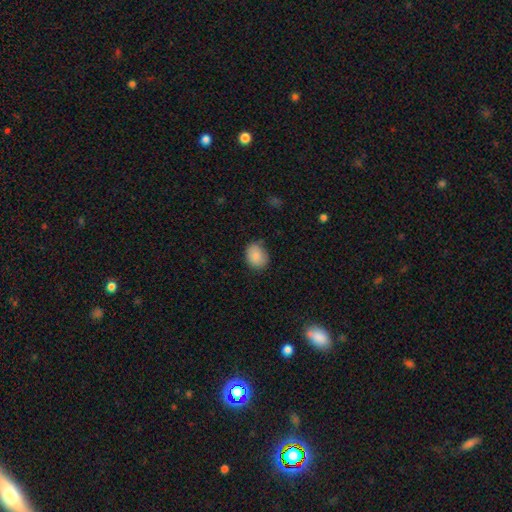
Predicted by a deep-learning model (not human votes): This appears to be a smooth galaxy with no disk features (87%) that is in between round and cigar-shaped (50%). Merging: none (75%).